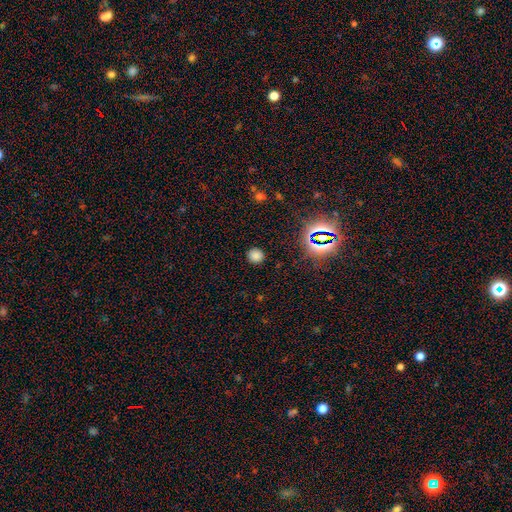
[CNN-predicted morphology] This is likely a smooth galaxy (75%). How rounded: clearly round (89%). Merging: clearly none (89%).